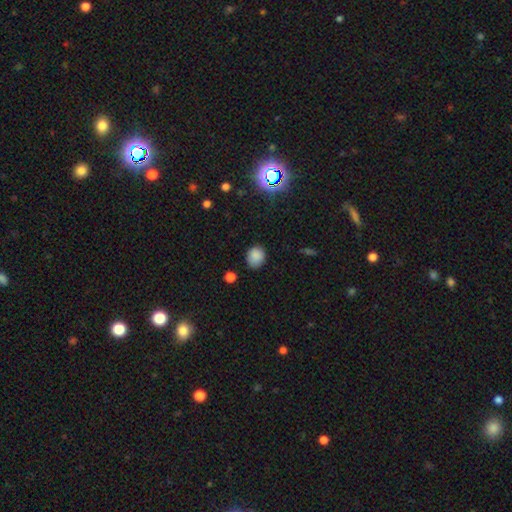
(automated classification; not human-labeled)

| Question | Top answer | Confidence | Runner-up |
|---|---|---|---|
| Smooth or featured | smooth | 85% | star or artifact (11%) |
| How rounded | round | 56% | in between (43%) |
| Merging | none | 78% | minor disturbance (18%) |